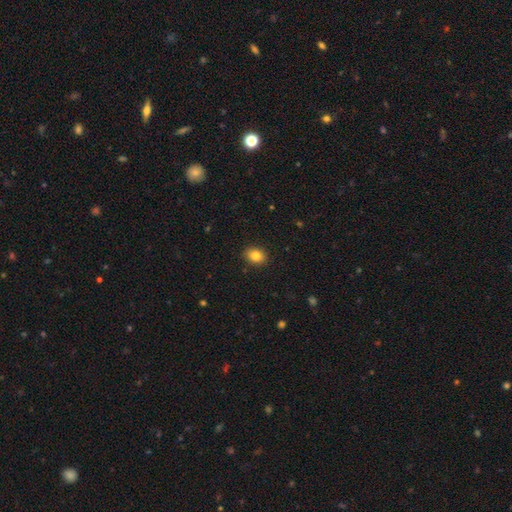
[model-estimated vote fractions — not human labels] Smooth or featured: smooth — 84% (star or artifact — 10%)
How rounded: in between — 52% (round — 47%)
Merging: none — 90% (minor disturbance — 8%)